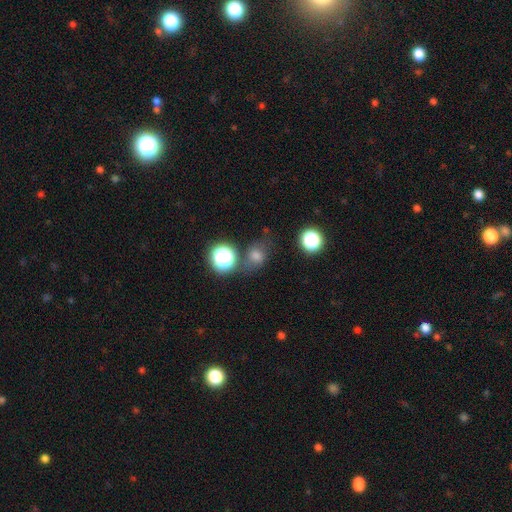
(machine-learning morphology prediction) Smooth or featured? Predicted: smooth (p=0.60). How rounded? Predicted: round (p=0.61). Merging? Predicted: none (p=0.68).